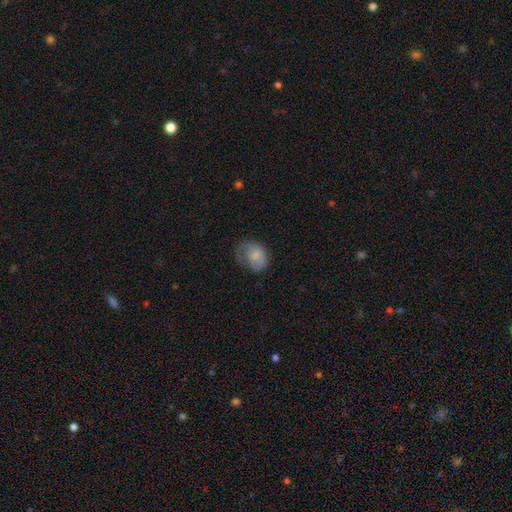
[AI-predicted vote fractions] Smooth or featured? smooth (68%)
How rounded? in between (58%)
Merging? none (39%)